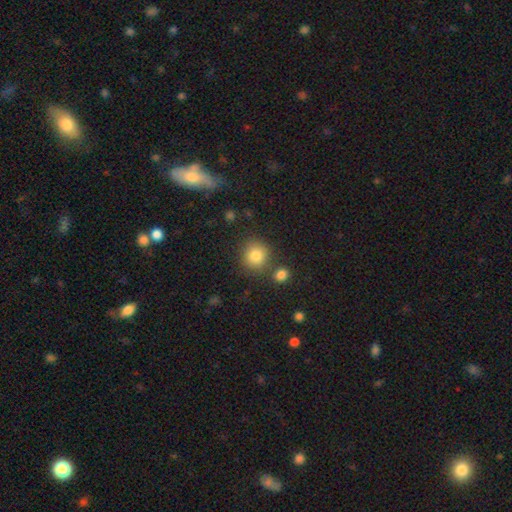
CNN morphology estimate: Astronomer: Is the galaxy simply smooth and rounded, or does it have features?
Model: smooth — 83%.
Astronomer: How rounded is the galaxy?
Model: round — 88%.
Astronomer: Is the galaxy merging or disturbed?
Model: none — 78%.